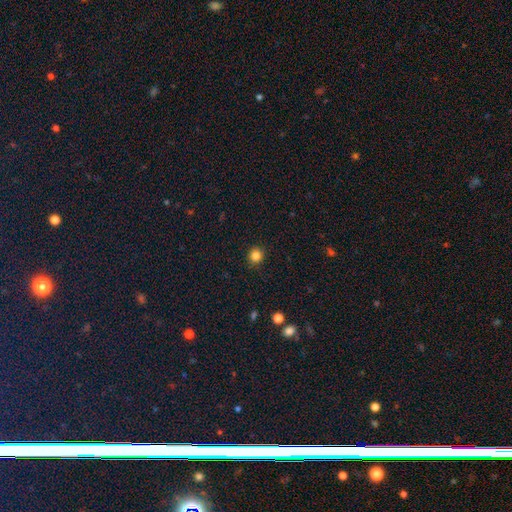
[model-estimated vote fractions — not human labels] A smooth galaxy with no disk features (84%) that is round (88%). Merging: none (90%).